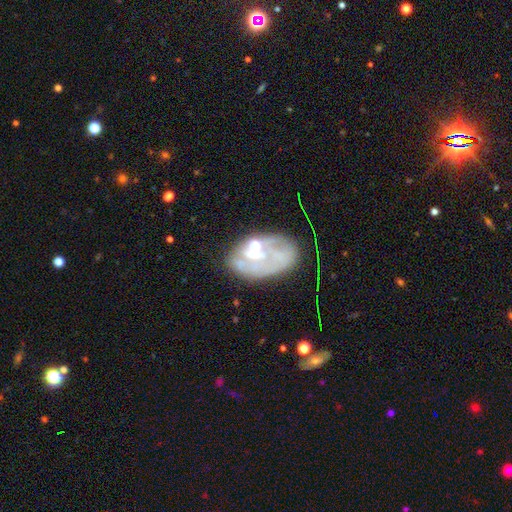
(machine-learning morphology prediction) Q: Smooth or featured?
A: featured or disk (61%); runner-up: smooth (26%)
Q: Edge-on disk?
A: no (95%); runner-up: yes (5%)
Q: Bar?
A: no (76%); runner-up: weak (18%)
Q: Spiral arms?
A: no (54%); runner-up: yes (46%)
Q: Bulge size?
A: small (42%); runner-up: moderate (39%)
Q: Merging?
A: none (55%); runner-up: minor disturbance (22%)